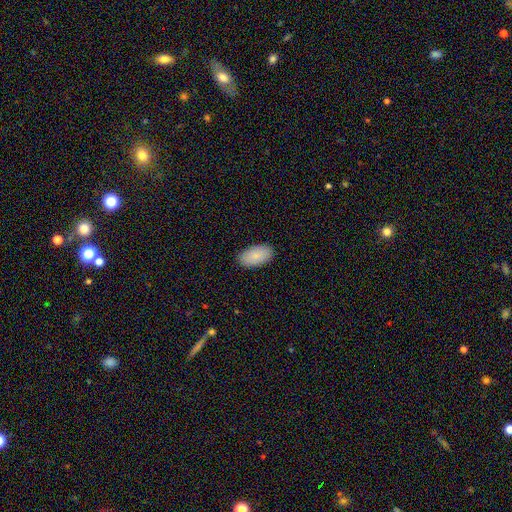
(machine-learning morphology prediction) Smooth or featured: smooth — 88% (star or artifact — 6%)
How rounded: in between — 96% (round — 2%)
Merging: none — 89% (minor disturbance — 8%)